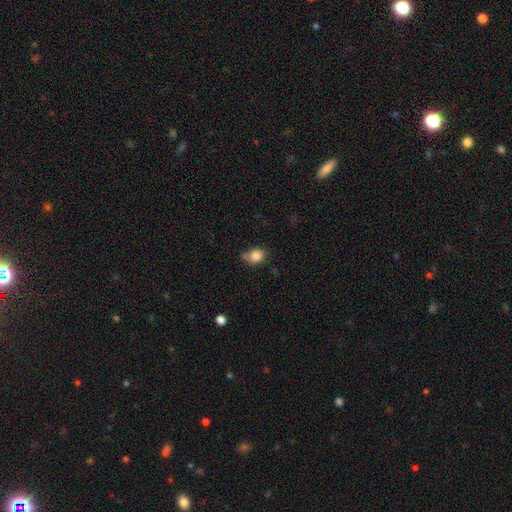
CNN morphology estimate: smooth 83%, star or artifact 10%, featured or disk 7%. Down the decision tree: how rounded — round (55%); merging — none (58%).